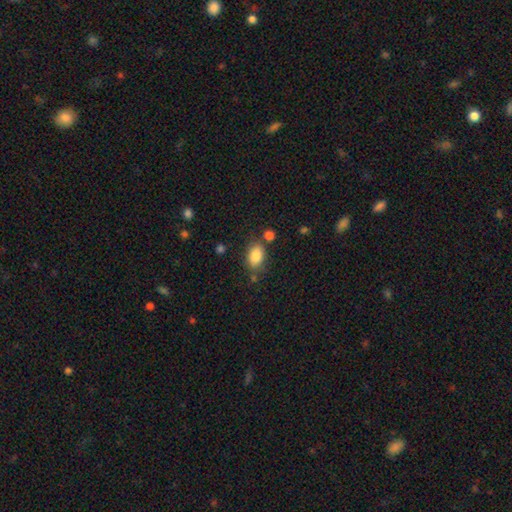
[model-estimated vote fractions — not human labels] Smooth or featured?
  - smooth: 85% *
  - star or artifact: 8%
  - featured or disk: 7%
How rounded?
  - in between: 87% *
  - round: 11%
  - cigar-shaped: 2%
Merging?
  - none: 74% *
  - minor disturbance: 14%
  - merger: 8%
  - major disturbance: 4%